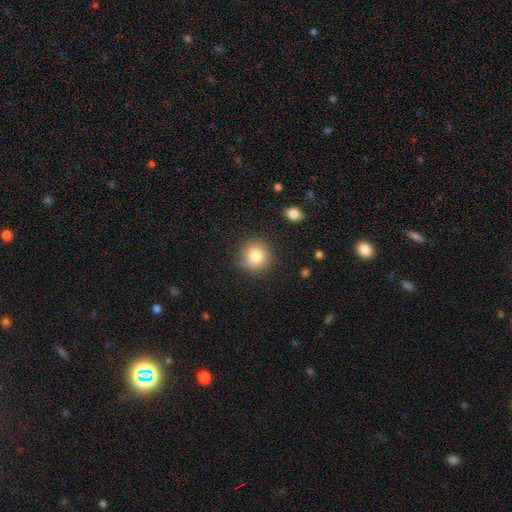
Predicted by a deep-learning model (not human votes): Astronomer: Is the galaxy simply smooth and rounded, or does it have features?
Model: smooth — 81%.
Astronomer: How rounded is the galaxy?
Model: round — 91%.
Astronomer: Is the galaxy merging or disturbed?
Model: none — 86%.